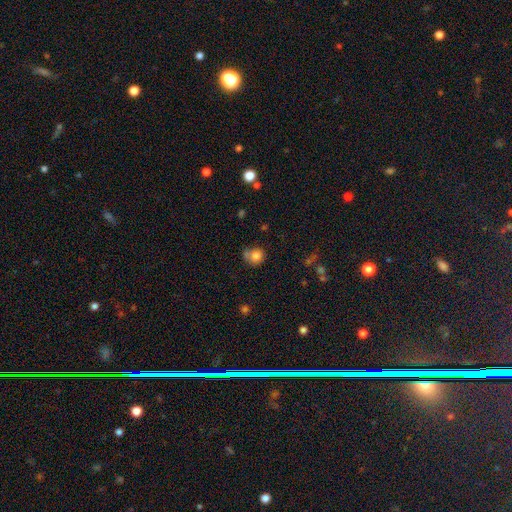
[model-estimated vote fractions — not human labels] Morphology: type=smooth (80%); roundness=round (82%); merging=none (55%).